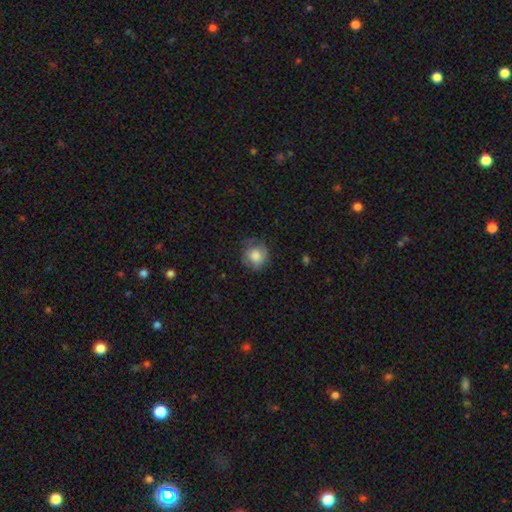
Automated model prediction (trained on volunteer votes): smooth-or-featured: smooth: 75% | featured or disk: 17% | star or artifact: 8%
  how-rounded: round: 88% | in between: 11% | cigar-shaped: 1%
  merging: none: 65% | minor disturbance: 25% | major disturbance: 10% | merger: 1%